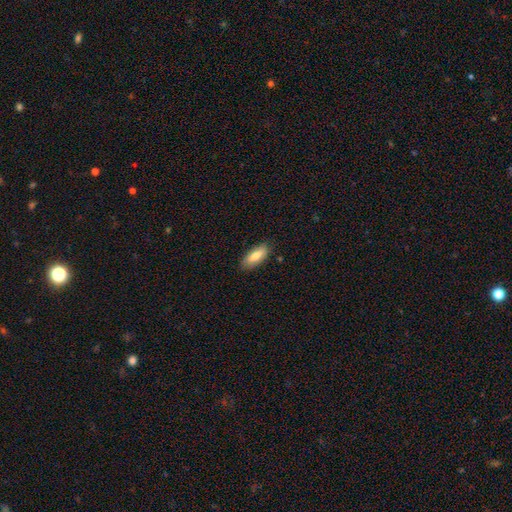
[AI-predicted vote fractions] Smooth or featured?
  - smooth: 79% *
  - featured or disk: 14%
  - star or artifact: 6%
How rounded?
  - in between: 80% *
  - cigar-shaped: 17%
  - round: 2%
Merging?
  - none: 85% *
  - minor disturbance: 11%
  - major disturbance: 2%
  - merger: 1%